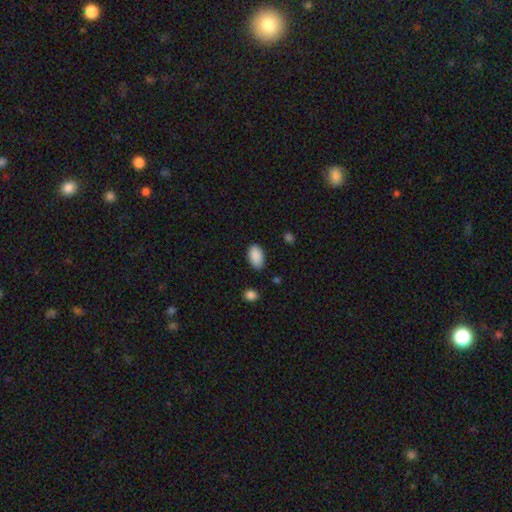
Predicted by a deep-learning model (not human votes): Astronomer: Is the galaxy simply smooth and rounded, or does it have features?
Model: smooth — 89%.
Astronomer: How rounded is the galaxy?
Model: in between — 94%.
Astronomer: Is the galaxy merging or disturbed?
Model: none — 81%.